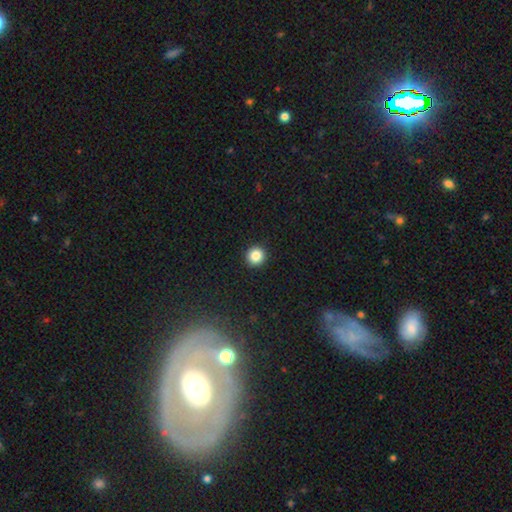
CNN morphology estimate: This appears to be a smooth galaxy with no disk features (86%) that is round (95%). Merging: none (93%).